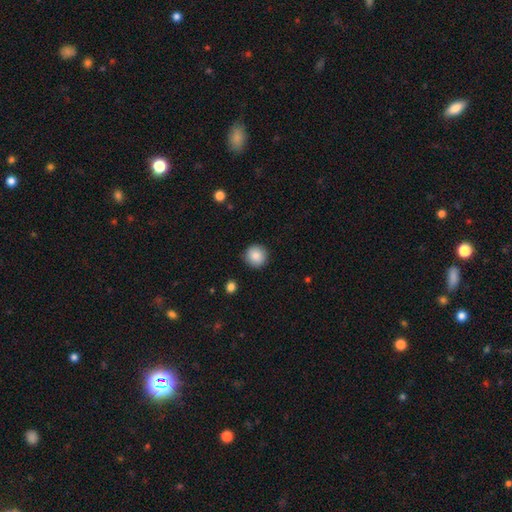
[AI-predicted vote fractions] smooth_or_featured: smooth (p=0.87) [alt: star or artifact p=0.08]
how_rounded: round (p=0.94) [alt: in between p=0.05]
merging: none (p=0.90) [alt: minor disturbance p=0.06]